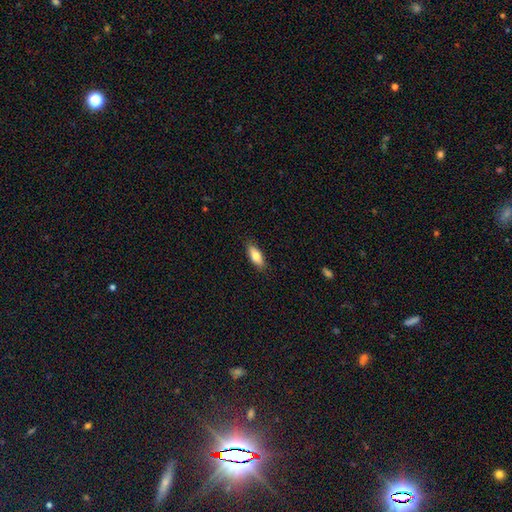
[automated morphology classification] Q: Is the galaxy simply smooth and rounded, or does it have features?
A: smooth — 77%.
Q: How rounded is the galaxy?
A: in between — 76%.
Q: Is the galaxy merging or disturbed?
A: none — 87%.